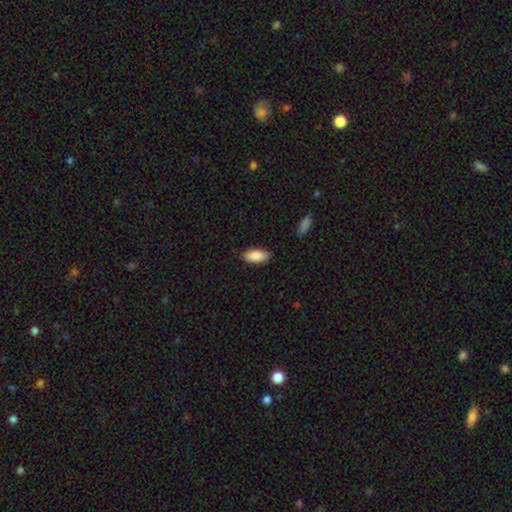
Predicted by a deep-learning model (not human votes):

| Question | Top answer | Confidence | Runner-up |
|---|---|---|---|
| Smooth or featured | smooth | 89% | star or artifact (6%) |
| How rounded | in between | 91% | cigar-shaped (7%) |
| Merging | none | 86% | minor disturbance (11%) |